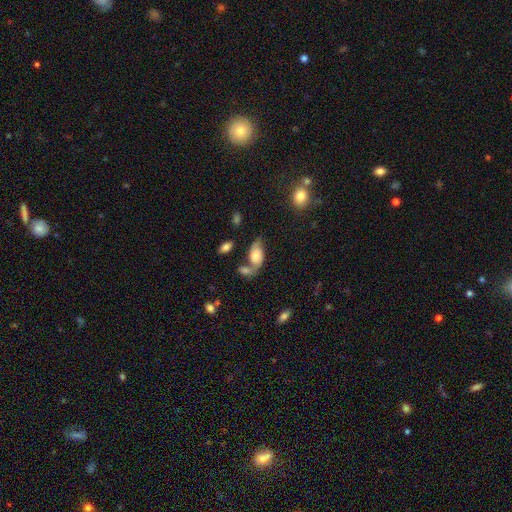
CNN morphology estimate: Smooth or featured?
  - featured or disk: 46% * (tied)
  - smooth: 46% * (tied)
  - star or artifact: 9%
Merging?
  - none: 35% *
  - merger: 32%
  - minor disturbance: 20%
  - major disturbance: 14%